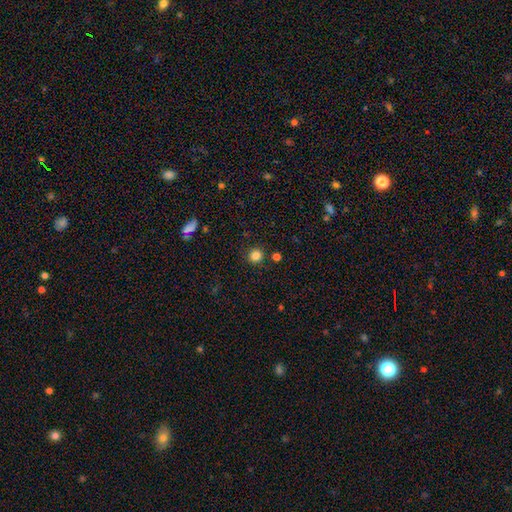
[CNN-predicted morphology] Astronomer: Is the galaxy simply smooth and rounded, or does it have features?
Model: smooth — 83%.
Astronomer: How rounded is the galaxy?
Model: round — 93%.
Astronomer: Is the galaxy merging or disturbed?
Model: none — 88%.